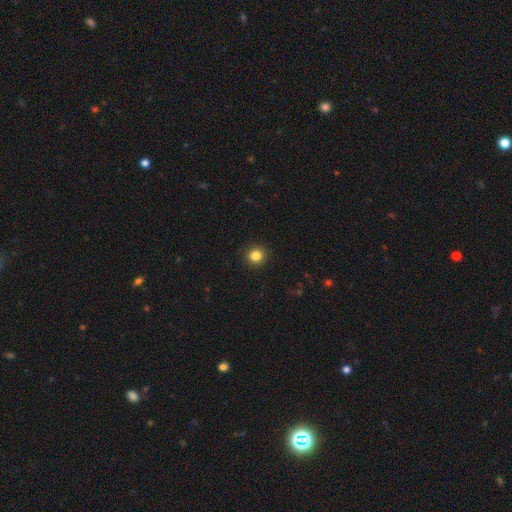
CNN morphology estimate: The model was most divided on "smooth or featured": smooth: 84%, star or artifact: 11%, featured or disk: 4%. More confident: how rounded — round (93%); merging — none (92%).